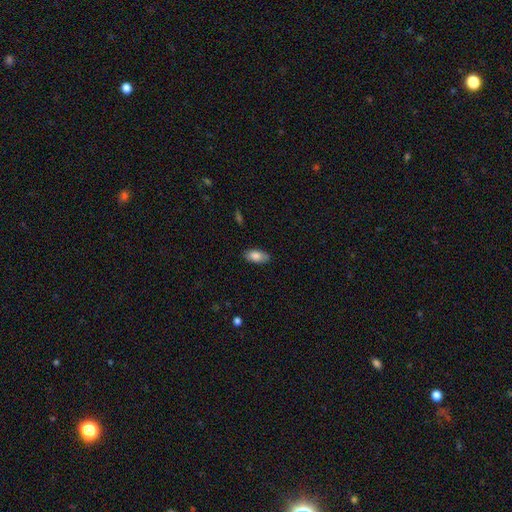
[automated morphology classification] Smooth or featured?
  - smooth: 84% *
  - featured or disk: 9%
  - star or artifact: 7%
How rounded?
  - in between: 91% *
  - cigar-shaped: 6%
  - round: 3%
Merging?
  - none: 83% *
  - minor disturbance: 13%
  - major disturbance: 3%
  - merger: 1%